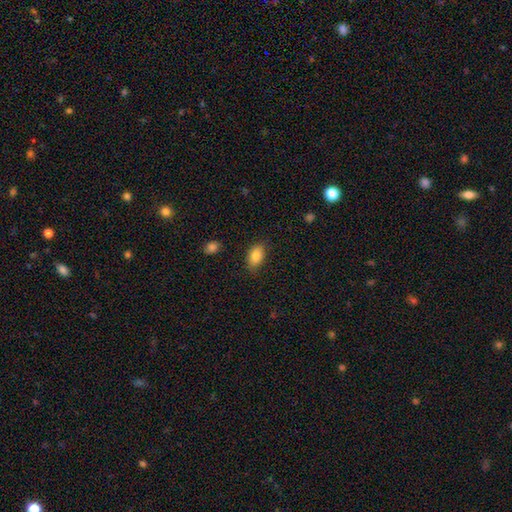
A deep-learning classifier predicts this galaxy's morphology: smooth-or-featured: smooth: 84% | featured or disk: 8% | star or artifact: 8%
  how-rounded: in between: 90% | round: 8% | cigar-shaped: 2%
  merging: none: 82% | minor disturbance: 14% | major disturbance: 3% | merger: 1%